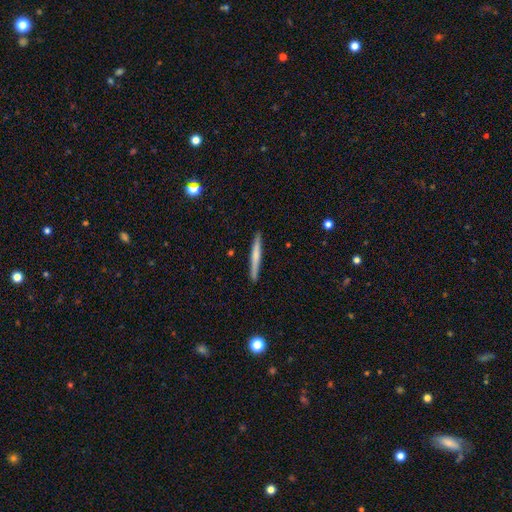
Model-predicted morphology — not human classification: This appears to be a smooth galaxy with no disk features (55%) that is cigar-shaped (97%). Merging: none (91%).